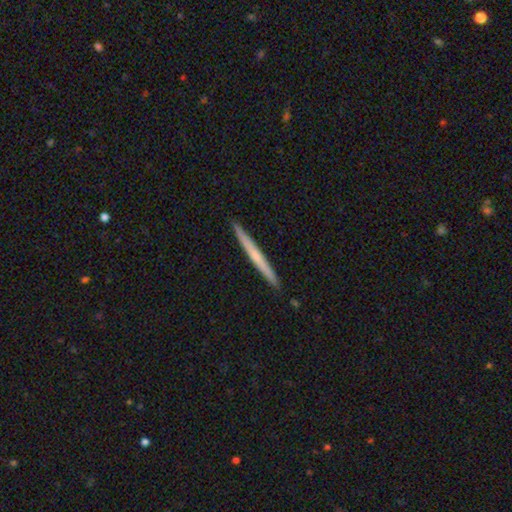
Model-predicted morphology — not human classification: featured or disk 49%, smooth 45%, star or artifact 5%. Down the decision tree: merging — none (93%).